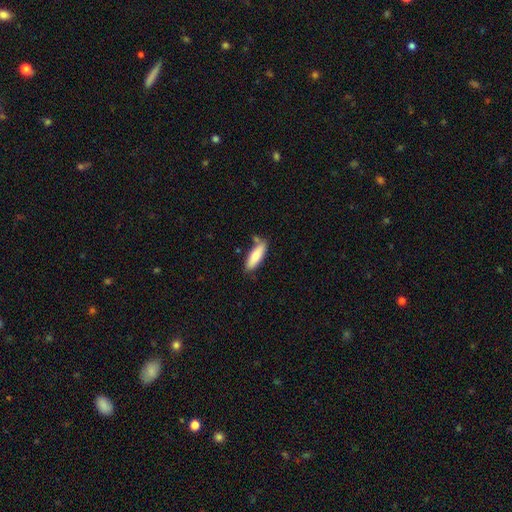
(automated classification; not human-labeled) Smooth or featured: smooth — 82% (featured or disk — 12%)
How rounded: in between — 49% (tied with cigar-shaped — 49%)
Merging: none — 72% (minor disturbance — 17%)